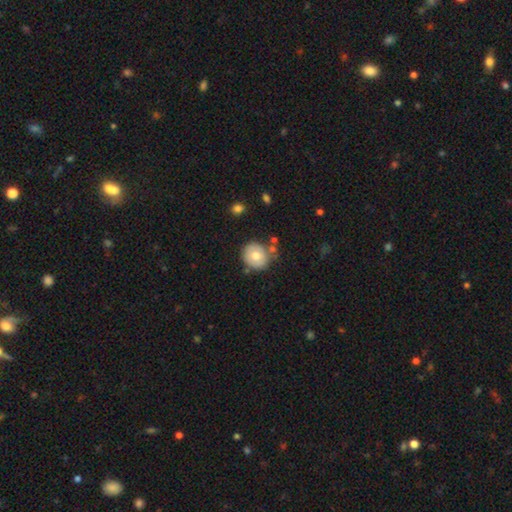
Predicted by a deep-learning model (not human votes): A smooth galaxy with no disk features (70%) that is round (86%). Merging: none (72%).